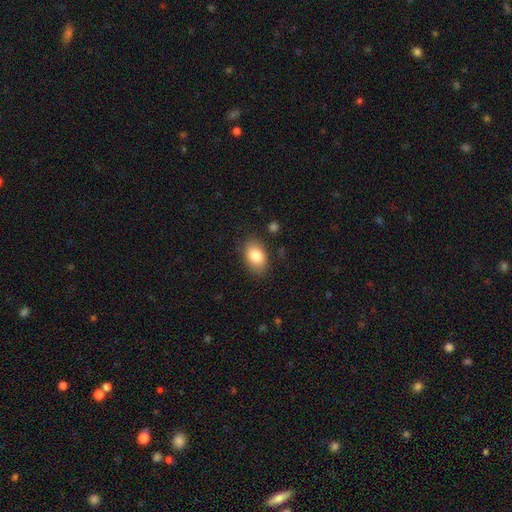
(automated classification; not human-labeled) This appears to be a smooth galaxy with no disk features (85%) that is in between round and cigar-shaped (88%). Merging: none (82%).